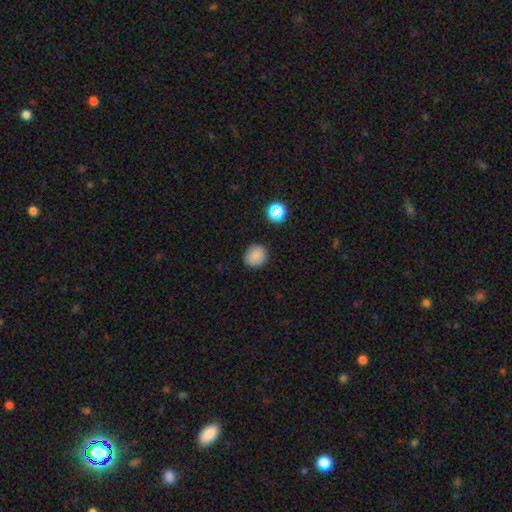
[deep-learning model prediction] Smooth or featured? smooth (86%)
How rounded? round (87%)
Merging? none (89%)